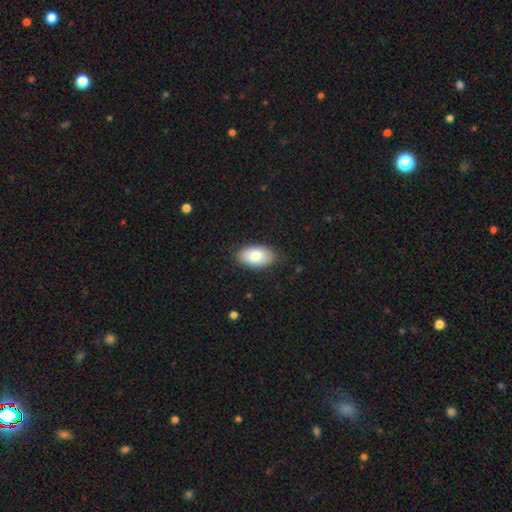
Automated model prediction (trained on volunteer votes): smooth_or_featured: smooth (p=0.80) [alt: featured or disk p=0.14]
how_rounded: in between (p=0.94) [alt: round p=0.04]
merging: none (p=0.85) [alt: minor disturbance p=0.12]